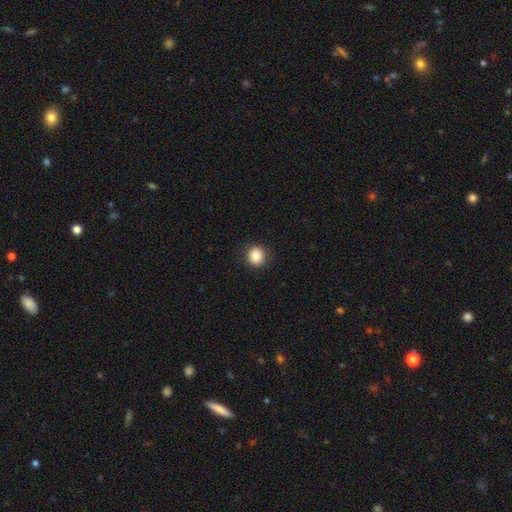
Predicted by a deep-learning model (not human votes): A smooth galaxy with no disk features (85%) that is round (87%). Merging: none (88%).